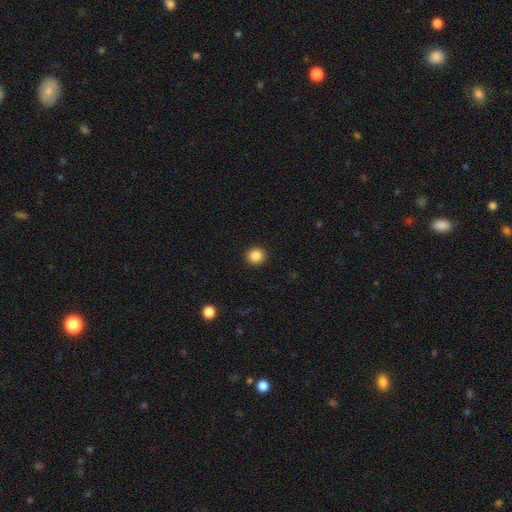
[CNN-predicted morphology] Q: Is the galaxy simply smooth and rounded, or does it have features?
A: smooth — 86%.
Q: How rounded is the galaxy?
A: round — 89%.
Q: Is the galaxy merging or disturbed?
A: none — 93%.